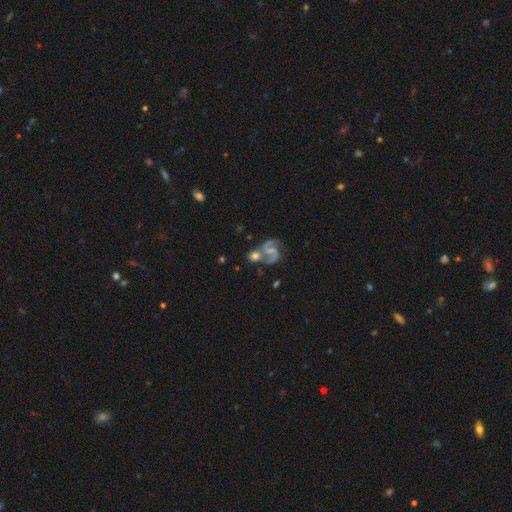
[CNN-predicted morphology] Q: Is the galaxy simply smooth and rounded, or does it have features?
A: featured or disk — 62%.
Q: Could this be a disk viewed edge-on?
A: no — 97%.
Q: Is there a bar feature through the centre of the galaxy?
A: no — 46%.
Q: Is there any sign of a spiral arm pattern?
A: yes — 90%.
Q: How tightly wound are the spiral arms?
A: medium — 46%.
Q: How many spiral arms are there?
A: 2 — 88%.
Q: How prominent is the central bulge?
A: small — 46%.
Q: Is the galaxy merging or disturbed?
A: none — 49%.